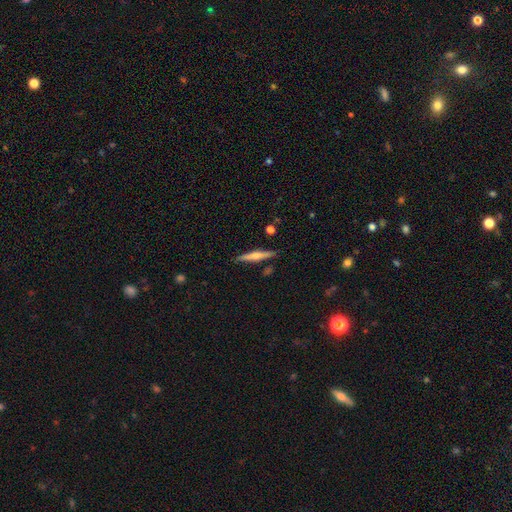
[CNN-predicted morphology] type=featured or disk (55%); edge-on=yes (96%); edge-on bulge=rounded (80%); merging=none (87%).